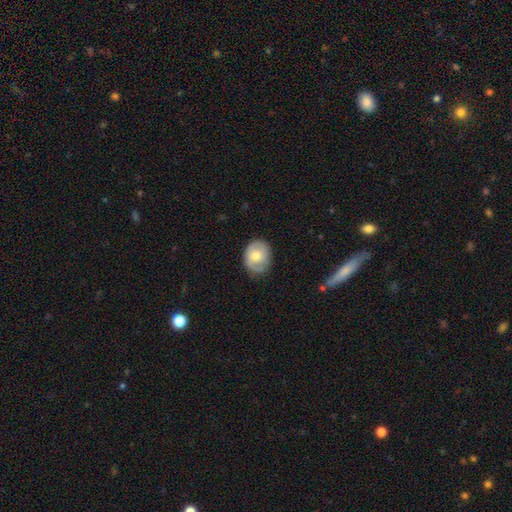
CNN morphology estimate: Overall: smooth (54%; featured or disk 39%). How rounded: round (57%; in between 42%). Merging: none (68%).